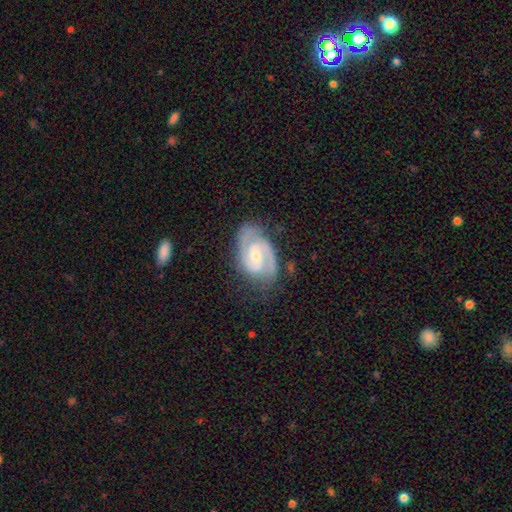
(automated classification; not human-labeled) Overall: featured or disk (89%). Edge-on disk: no (98%). Bar: no (45%; weak 44%). Spiral arms: yes (98%). Spiral arm count: 2 (84%). Spiral winding: medium (48%; tight 43%). Bulge size: small (64%; moderate 32%). Merging: none (72%).